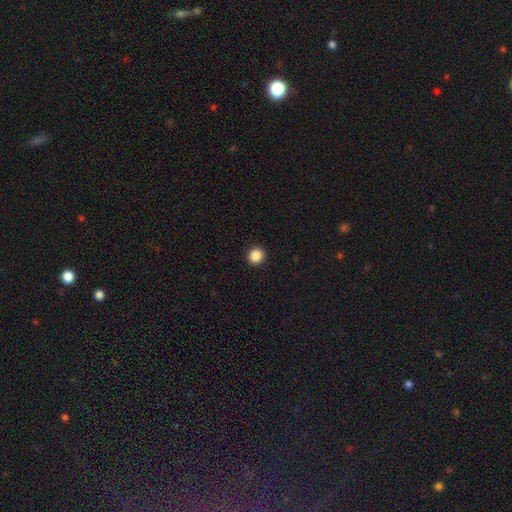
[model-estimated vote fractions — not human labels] Overall: smooth (87%). How rounded: round (89%). Merging: none (93%).